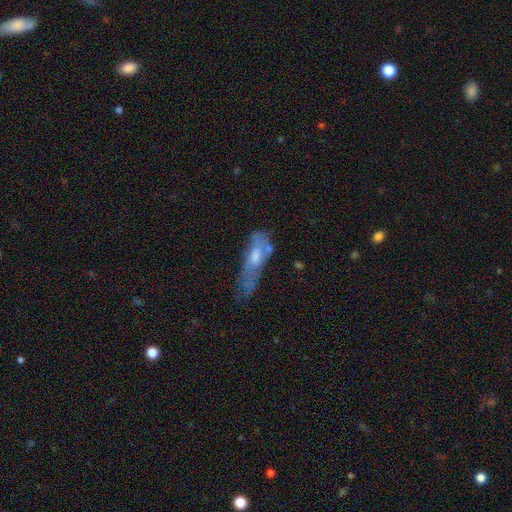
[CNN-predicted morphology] Q: Smooth or featured?
A: featured or disk (47%); runner-up: smooth (44%)
Q: Merging?
A: major disturbance (33%); runner-up: minor disturbance (29%)